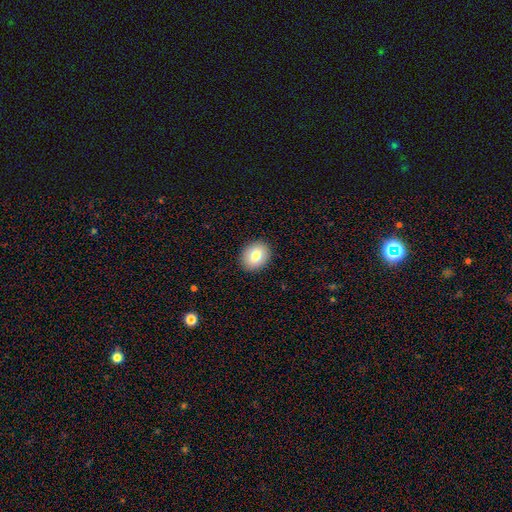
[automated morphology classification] Smooth or featured? Predicted: smooth (p=0.79). How rounded? Predicted: in between (p=0.51). Merging? Predicted: none (p=0.90).